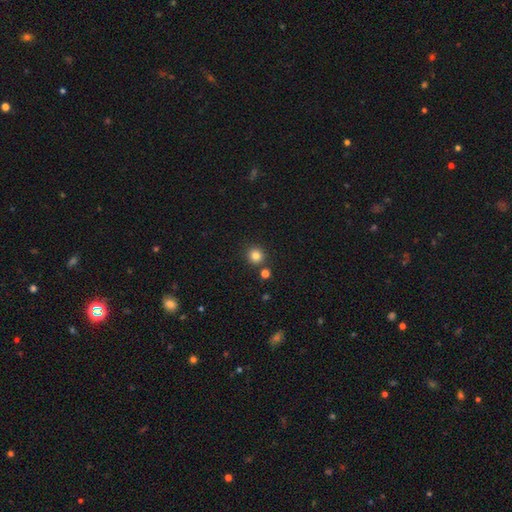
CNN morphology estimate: Smooth or featured? smooth (83%)
How rounded? round (92%)
Merging? none (85%)